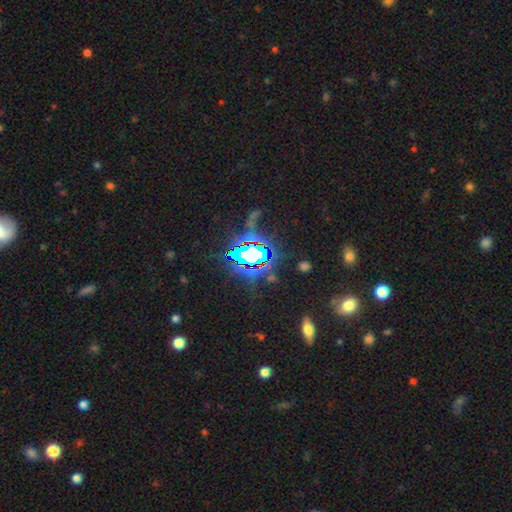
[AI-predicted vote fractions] A star or artifact, not a galaxy (75%).